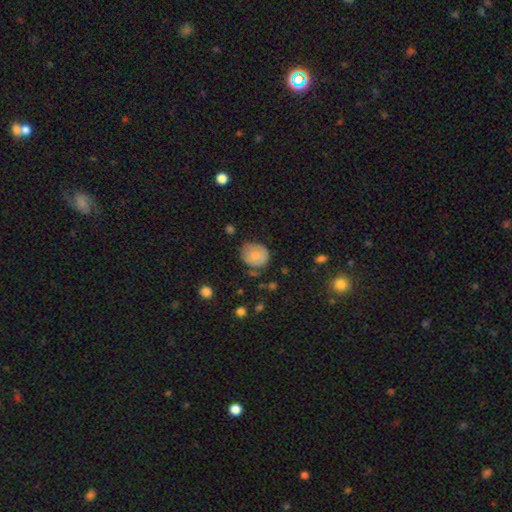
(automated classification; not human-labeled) The model was most divided on "merging": none: 62%, minor disturbance: 29%, major disturbance: 7%, merger: 2%. More confident: smooth or featured — smooth (73%); how rounded — round (69%).